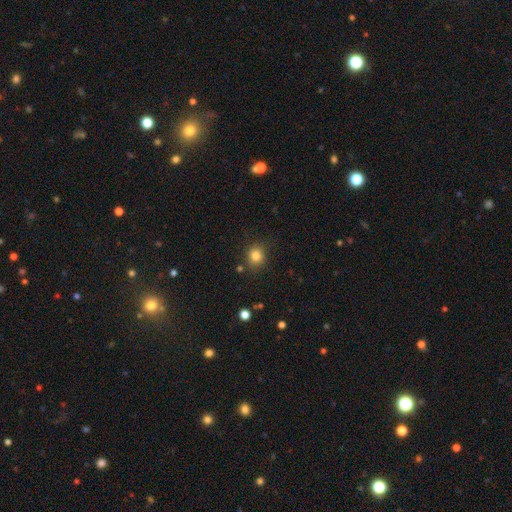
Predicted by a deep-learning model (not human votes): Overall: smooth (82%). How rounded: round (83%). Merging: none (83%).